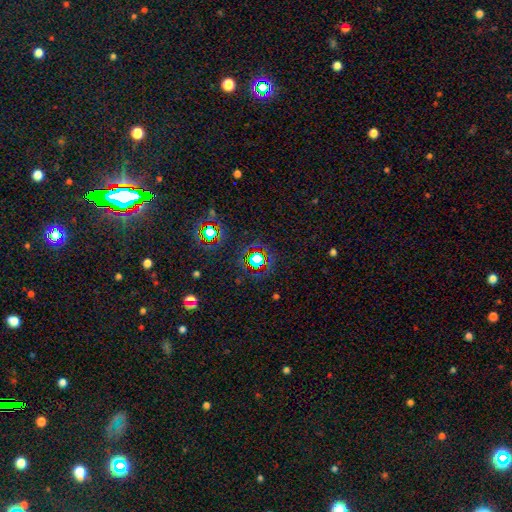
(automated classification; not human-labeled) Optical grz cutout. It shows a star or artifact, not a galaxy (65%).